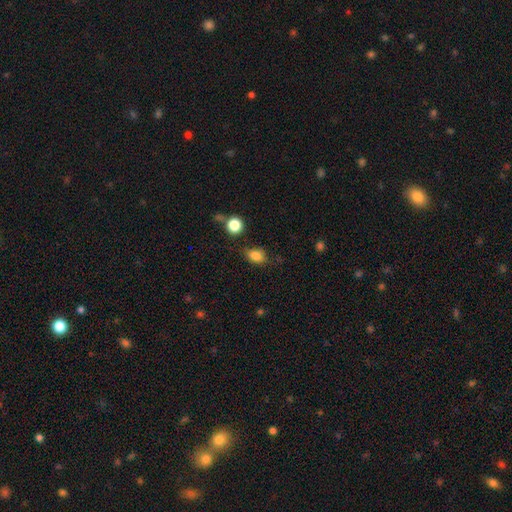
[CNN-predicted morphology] Q: Smooth or featured?
A: smooth (83%); runner-up: star or artifact (11%)
Q: How rounded?
A: in between (67%); runner-up: round (31%)
Q: Merging?
A: none (73%); runner-up: minor disturbance (19%)